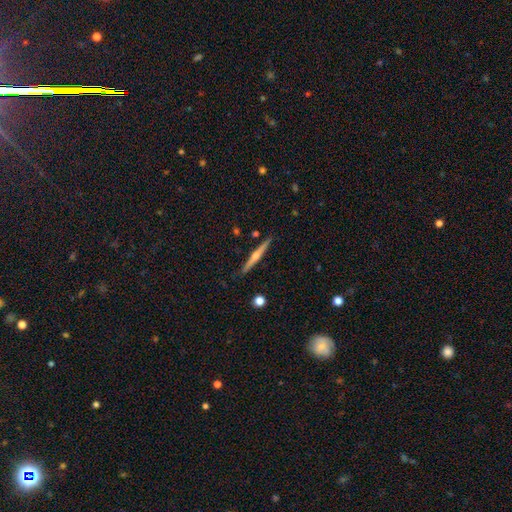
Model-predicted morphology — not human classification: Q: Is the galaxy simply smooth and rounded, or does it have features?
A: featured or disk — 68%.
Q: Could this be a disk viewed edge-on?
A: yes — 98%.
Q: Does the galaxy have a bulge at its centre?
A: rounded — 87%.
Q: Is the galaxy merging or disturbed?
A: none — 89%.